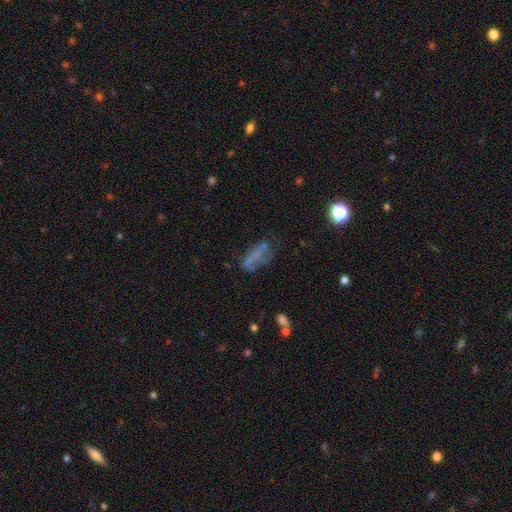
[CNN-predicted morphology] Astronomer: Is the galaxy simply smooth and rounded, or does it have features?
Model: smooth — 42% (runner-up: featured or disk, 37%).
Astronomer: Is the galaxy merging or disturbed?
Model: none — 40% (runner-up: major disturbance, 29%).